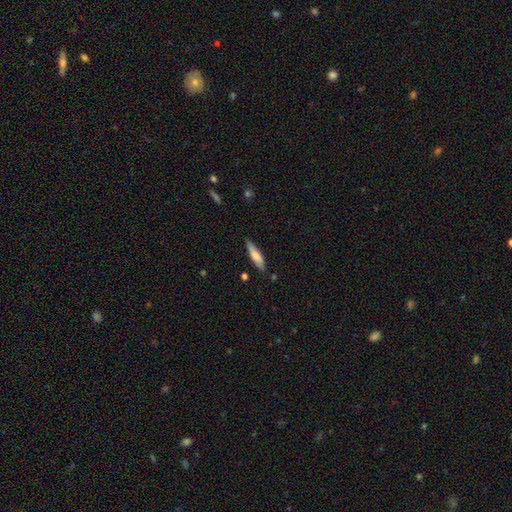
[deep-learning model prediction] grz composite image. It shows a smooth galaxy with no disk features (70%) that is cigar-shaped (76%). Merging: none (81%).